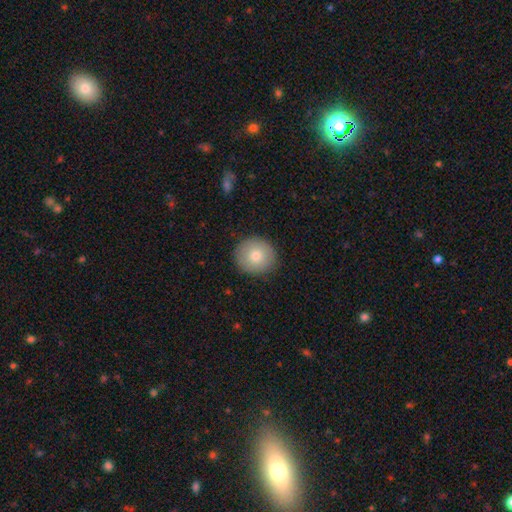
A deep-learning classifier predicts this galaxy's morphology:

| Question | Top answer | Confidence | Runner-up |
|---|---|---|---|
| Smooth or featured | smooth | 78% | featured or disk (14%) |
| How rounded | round | 89% | in between (10%) |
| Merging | none | 90% | minor disturbance (7%) |